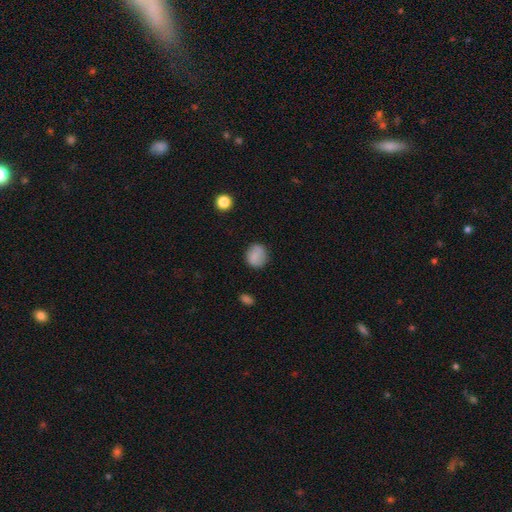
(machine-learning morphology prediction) This is clearly a smooth galaxy (83%). How rounded: likely round (79%). Merging: clearly none (84%).